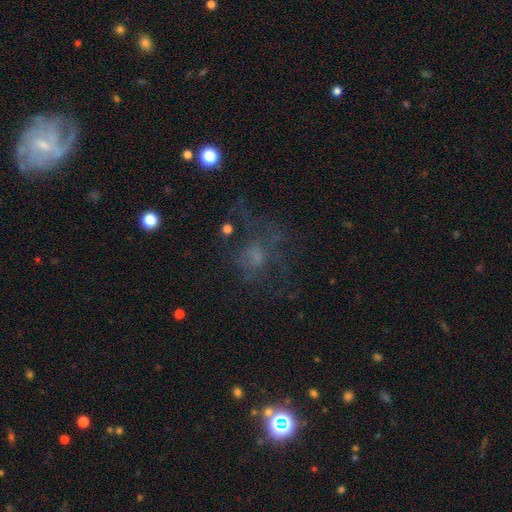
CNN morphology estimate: Smooth or featured: featured or disk — 39% (smooth — 35%)
Merging: none — 43% (major disturbance — 37%)